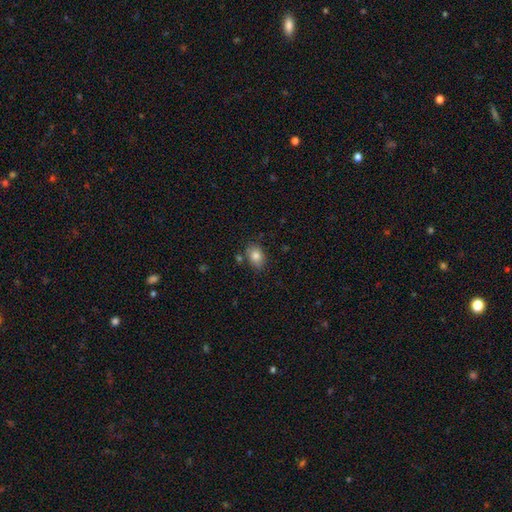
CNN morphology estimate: This appears to be a smooth galaxy with no disk features (83%) that is in between round and cigar-shaped (71%). Merging: none (77%).